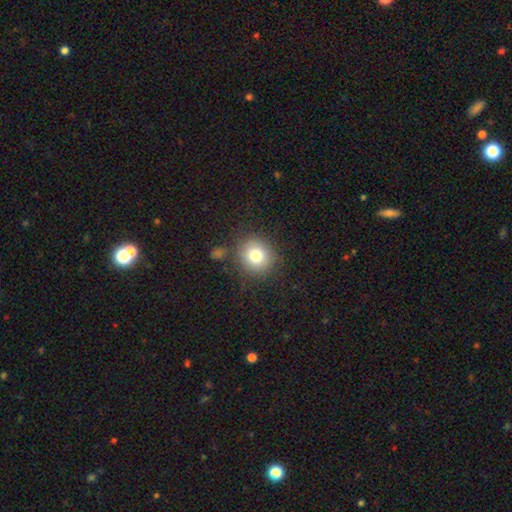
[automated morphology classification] smooth-or-featured: smooth: 78% | star or artifact: 12% | featured or disk: 11%
  how-rounded: round: 86% | in between: 13% | cigar-shaped: 1%
  merging: none: 81% | minor disturbance: 11% | major disturbance: 4% | merger: 4%